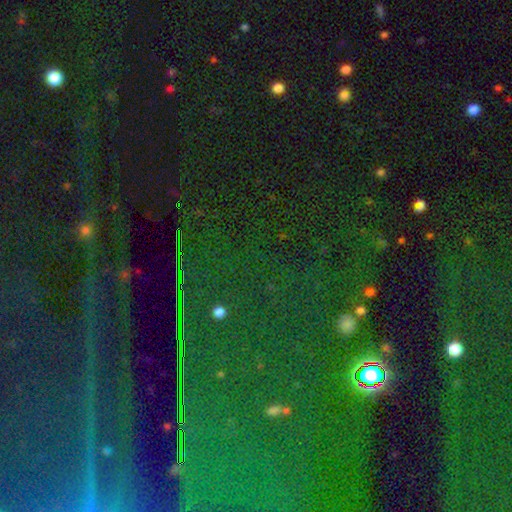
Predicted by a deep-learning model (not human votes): Q: Smooth or featured?
A: star or artifact (83%); runner-up: smooth (9%)